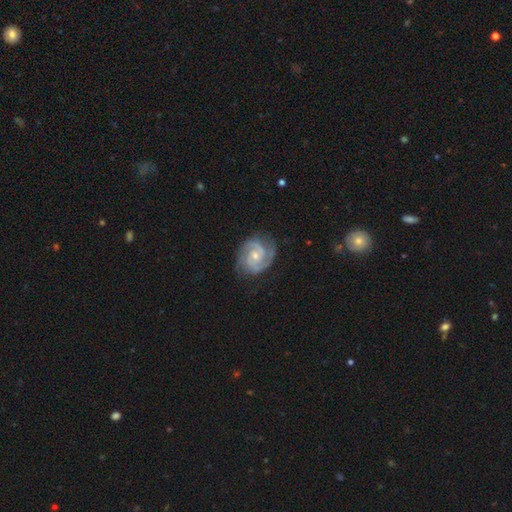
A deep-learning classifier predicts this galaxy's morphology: Smooth or featured?
  - featured or disk: 90% *
  - smooth: 6%
  - star or artifact: 4%
Edge-on disk?
  - no: 98% *
  - yes: 2%
Bar?
  - no: 57% *
  - weak: 37%
  - strong: 7%
Spiral arms?
  - yes: 98% *
  - no: 2%
Spiral winding?
  - tight: 53% *
  - medium: 41%
  - loose: 6%
Spiral arm count?
  - 2: 78% *
  - 3: 11%
  - can't tell: 5%
  - 1: 2%
  - 4: 2%
  - more than 4: 2%
Bulge size?
  - small: 53% *
  - moderate: 42%
  - none: 2%
  - large: 1%
  - dominant: 1%
Merging?
  - none: 76% *
  - minor disturbance: 17%
  - major disturbance: 5%
  - merger: 1%